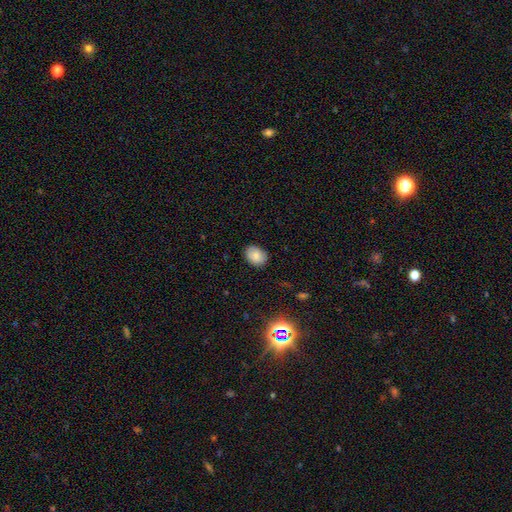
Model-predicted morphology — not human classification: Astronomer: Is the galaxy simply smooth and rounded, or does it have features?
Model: smooth — 83%.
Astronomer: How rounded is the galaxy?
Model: in between — 69%.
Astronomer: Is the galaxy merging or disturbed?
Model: none — 84%.